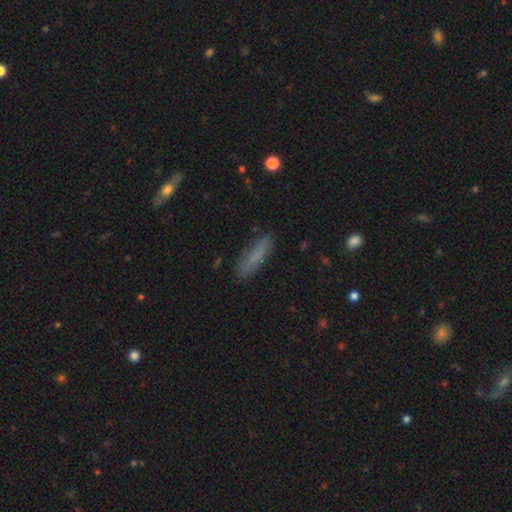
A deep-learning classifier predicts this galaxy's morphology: A smooth galaxy with no disk features (75%) that is cigar-shaped (73%).

Vote fractions:
- Smooth or featured? smooth: 75% / featured or disk: 16% / star or artifact: 9%
- How rounded? cigar-shaped: 73% / in between: 25% / round: 2%
- Merging? none: 83% / minor disturbance: 12% / major disturbance: 3% / merger: 2%